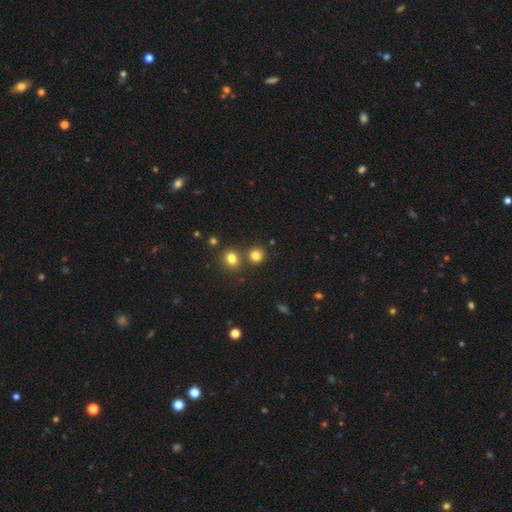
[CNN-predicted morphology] Smooth or featured? smooth (80%)
How rounded? round (85%)
Merging? none (71%)